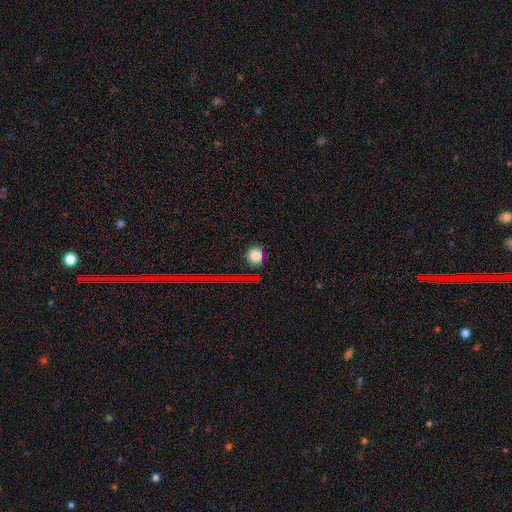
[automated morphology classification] The model was most divided on "smooth or featured": smooth: 78%, star or artifact: 15%, featured or disk: 7%. More confident: how rounded — round (83%); merging — none (83%).